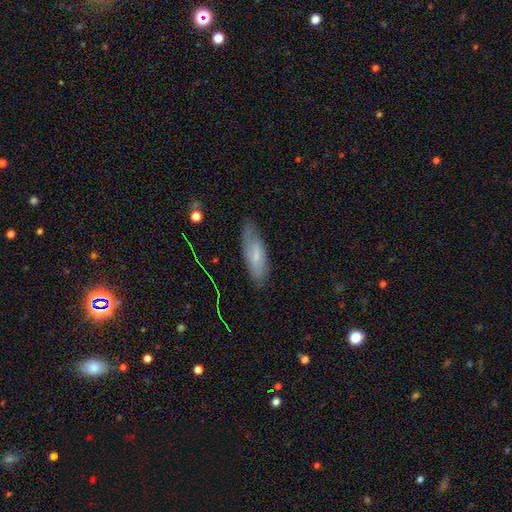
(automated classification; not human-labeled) Smooth or featured?
  - smooth: 54% *
  - featured or disk: 37%
  - star or artifact: 9%
How rounded?
  - in between: 59% *
  - cigar-shaped: 39%
  - round: 2%
Merging?
  - none: 71% *
  - minor disturbance: 22%
  - major disturbance: 6%
  - merger: 2%